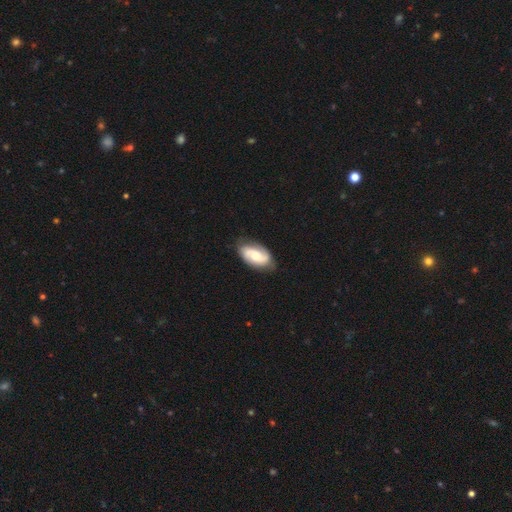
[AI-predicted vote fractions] A featured or disk galaxy (60%) with no bar (58%), spiral arms (86%) and a moderate central bulge (61%). Merging: none (77%).